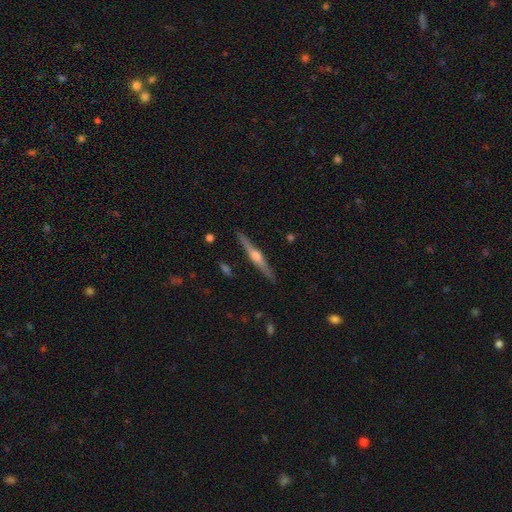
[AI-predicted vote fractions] Overall: featured or disk (80%). Edge-on disk: yes (98%). Edge-on bulge: rounded (91%). Merging: none (91%).